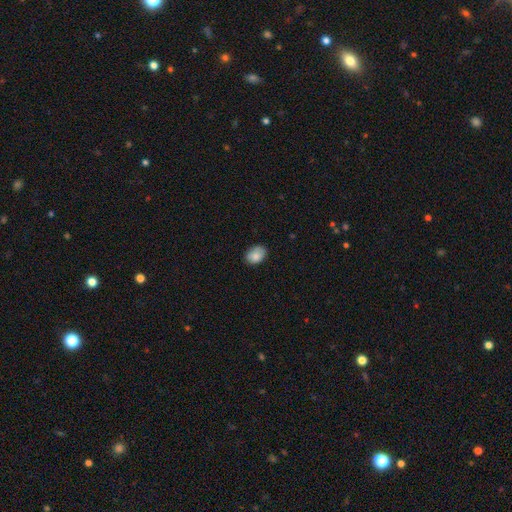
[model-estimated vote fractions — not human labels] smooth-or-featured: smooth: 84% | featured or disk: 9% | star or artifact: 8%
  how-rounded: in between: 75% | round: 24% | cigar-shaped: 1%
  merging: none: 77% | minor disturbance: 18% | major disturbance: 3% | merger: 1%